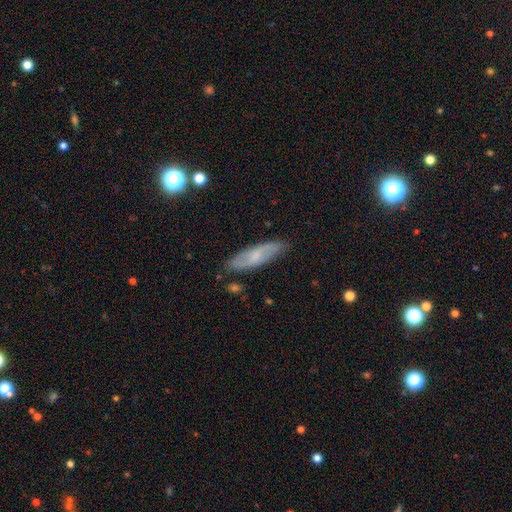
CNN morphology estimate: Q: Smooth or featured?
A: smooth (53%); runner-up: featured or disk (39%)
Q: How rounded?
A: cigar-shaped (56%); runner-up: in between (41%)
Q: Merging?
A: none (82%); runner-up: minor disturbance (14%)